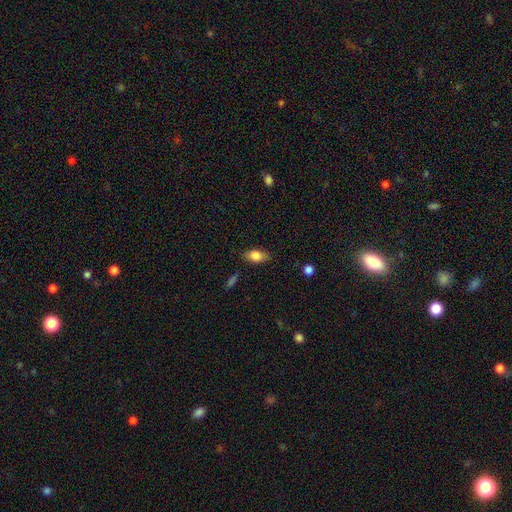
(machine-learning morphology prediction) smooth 79%, featured or disk 13%, star or artifact 8%. Down the decision tree: how rounded — in between (86%); merging — none (80%).